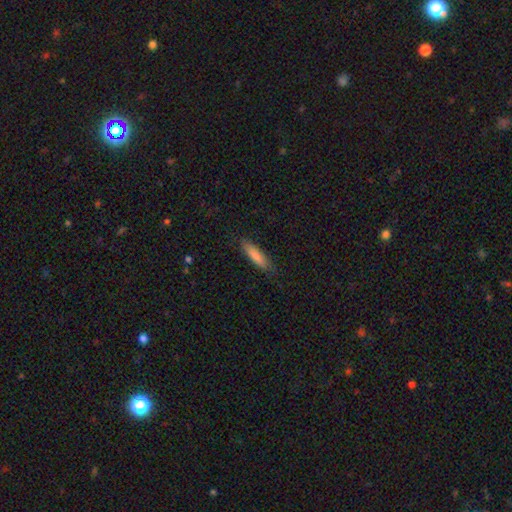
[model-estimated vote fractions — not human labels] A smooth galaxy with no disk features (84%) that is cigar-shaped (73%). Merging: none (84%).